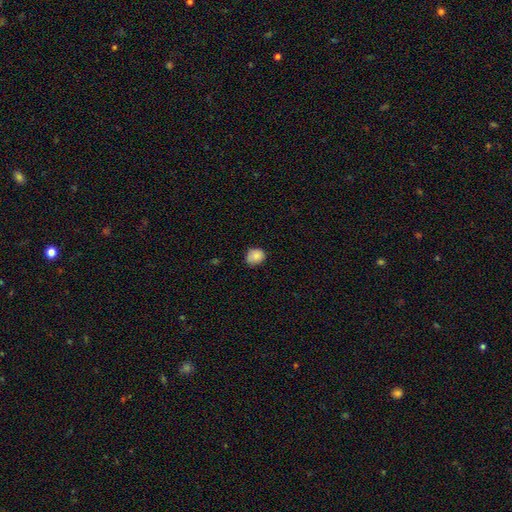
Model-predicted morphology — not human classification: Smooth or featured: smooth — 85% (star or artifact — 9%)
How rounded: round — 67% (in between — 32%)
Merging: none — 75% (minor disturbance — 21%)